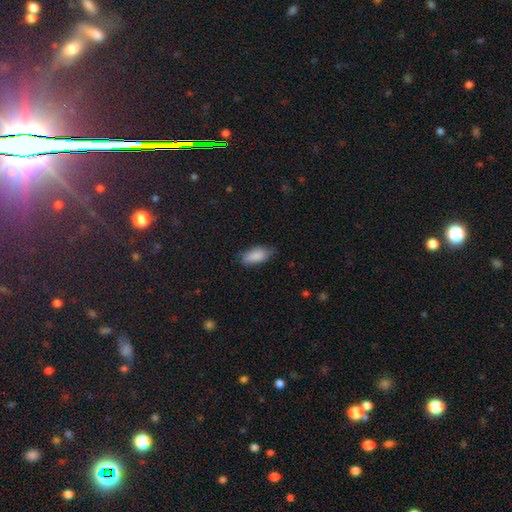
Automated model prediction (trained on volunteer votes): Smooth or featured?
  - smooth: 87% *
  - star or artifact: 7%
  - featured or disk: 6%
How rounded?
  - in between: 89% *
  - cigar-shaped: 9%
  - round: 2%
Merging?
  - none: 68% *
  - minor disturbance: 26%
  - major disturbance: 5%
  - merger: 1%